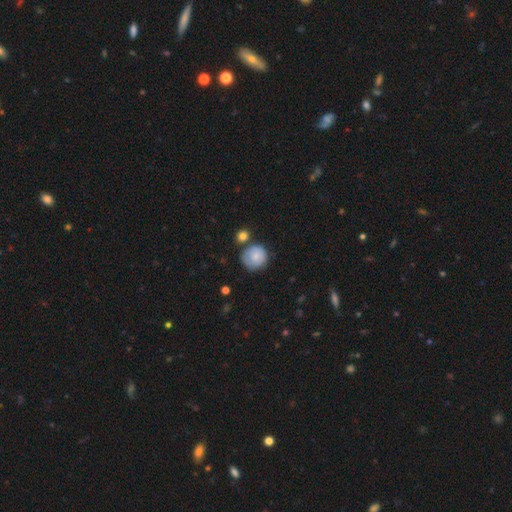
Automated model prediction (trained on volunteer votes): This is likely a smooth galaxy (78%). How rounded: clearly round (90%). Merging: likely none (66%).